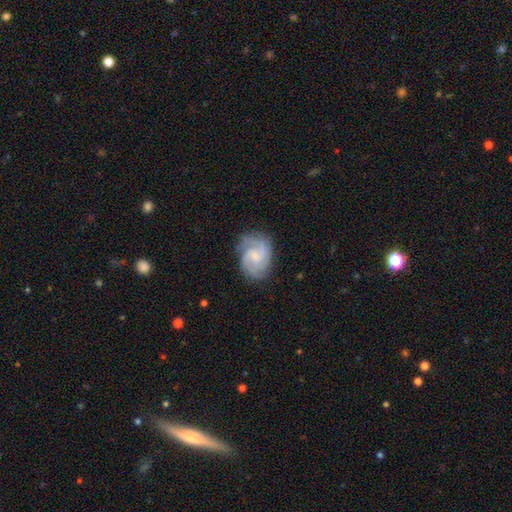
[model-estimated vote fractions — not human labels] Smooth or featured? Predicted: featured or disk (p=0.79). Edge-on disk? Predicted: no (p=0.98). Bar? Predicted: no (p=0.47, tied with weak). Spiral arms? Predicted: yes (p=0.96). Spiral winding? Predicted: medium (p=0.47). Spiral arm count? Predicted: 2 (p=0.37). Bulge size? Predicted: small (p=0.51). Merging? Predicted: none (p=0.72).